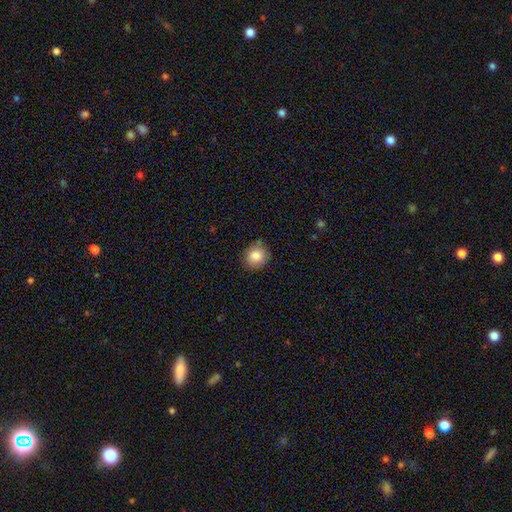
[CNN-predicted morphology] Smooth or featured? smooth (85%)
How rounded? round (80%)
Merging? none (81%)